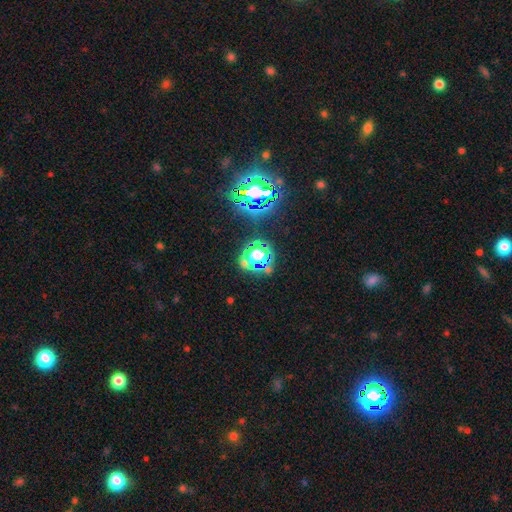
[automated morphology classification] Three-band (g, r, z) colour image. It shows a star or artifact, not a galaxy (50%).